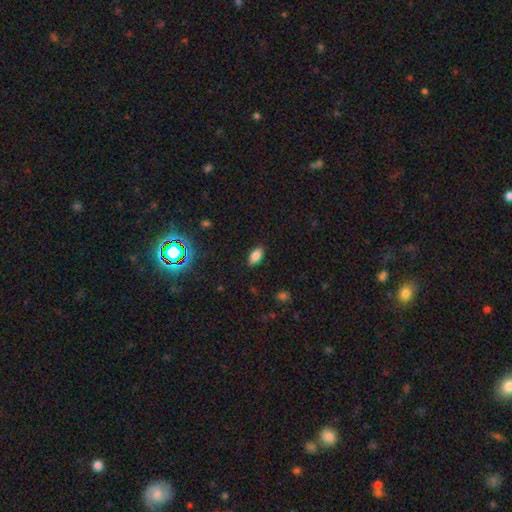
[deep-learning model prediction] smooth_or_featured: smooth (p=0.82) [alt: star or artifact p=0.11]
how_rounded: in between (p=0.91) [alt: cigar-shaped p=0.05]
merging: none (p=0.87) [alt: minor disturbance p=0.10]